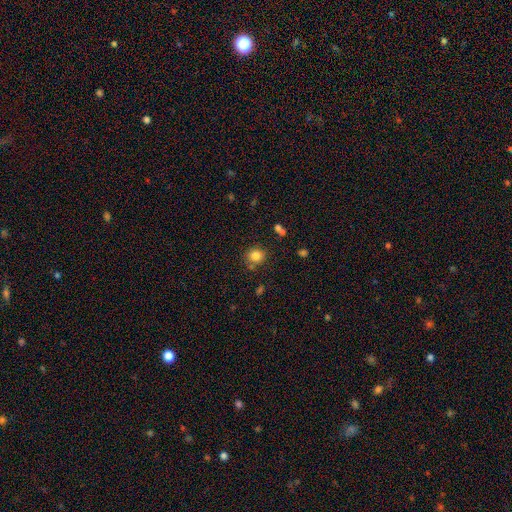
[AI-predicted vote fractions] Smooth or featured? Predicted: smooth (p=0.83). How rounded? Predicted: round (p=0.81). Merging? Predicted: none (p=0.75).